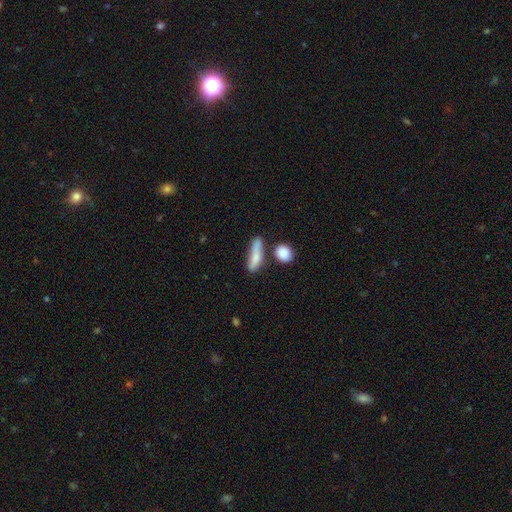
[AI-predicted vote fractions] A smooth galaxy with no disk features (76%) that is cigar-shaped (55%).

Vote fractions:
- Smooth or featured? smooth: 76% / featured or disk: 17% / star or artifact: 7%
- How rounded? cigar-shaped: 55% / in between: 39% / round: 6%
- Merging? none: 54% / minor disturbance: 20% / merger: 18% / major disturbance: 8%